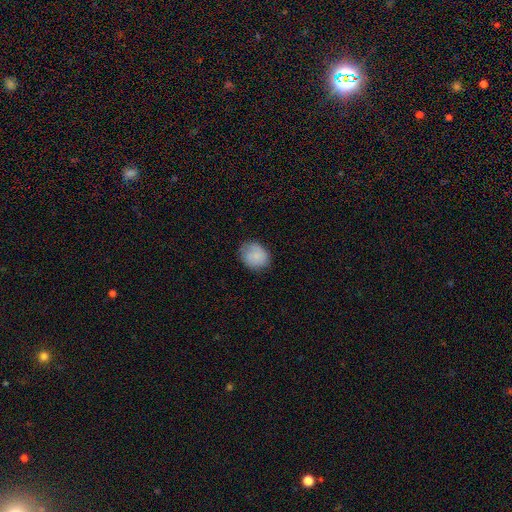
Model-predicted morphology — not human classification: Overall: smooth (82%). How rounded: round (53%; in between 46%). Merging: none (73%).